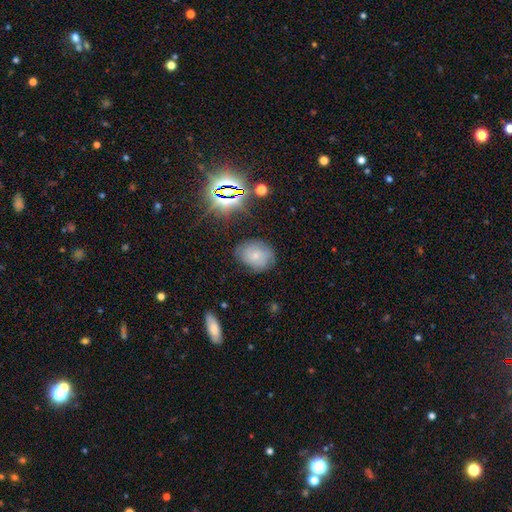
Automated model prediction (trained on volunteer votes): smooth_or_featured: smooth (p=0.50) [alt: featured or disk p=0.34]
merging: none (p=0.74) [alt: minor disturbance p=0.19]